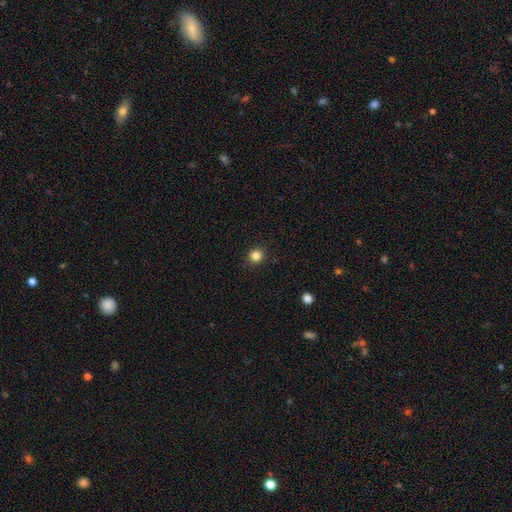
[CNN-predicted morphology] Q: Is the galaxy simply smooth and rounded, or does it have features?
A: smooth — 84%.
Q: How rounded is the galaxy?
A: round — 88%.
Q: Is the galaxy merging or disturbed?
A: none — 91%.